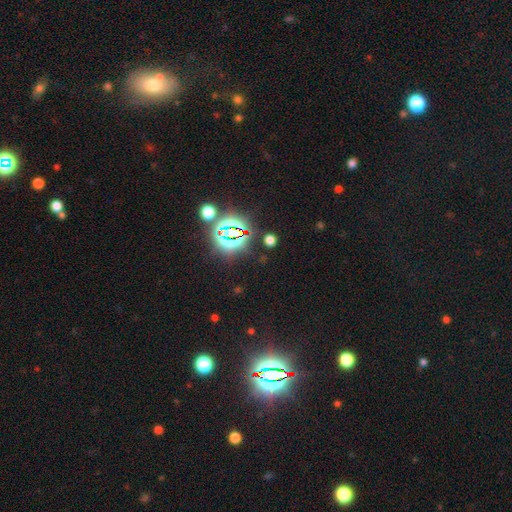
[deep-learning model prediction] Smooth or featured: star or artifact — 81% (smooth — 11%)